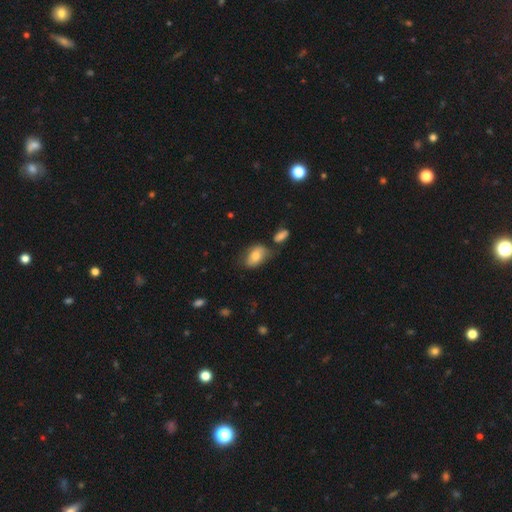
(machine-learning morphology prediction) Smooth or featured? smooth (73%)
How rounded? in between (90%)
Merging? none (53%)